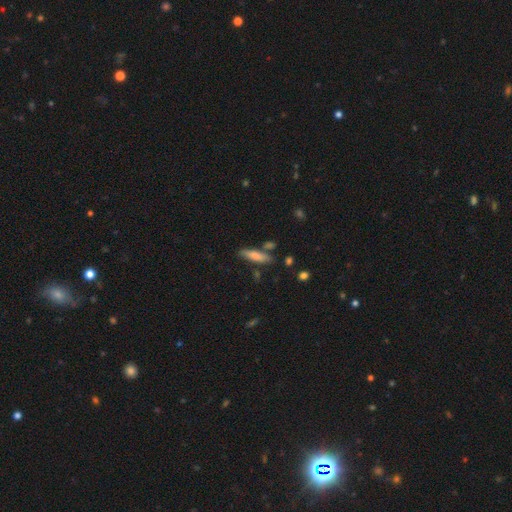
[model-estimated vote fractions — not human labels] Morphology: type=smooth (75%); roundness=cigar-shaped (71%); merging=none (73%).